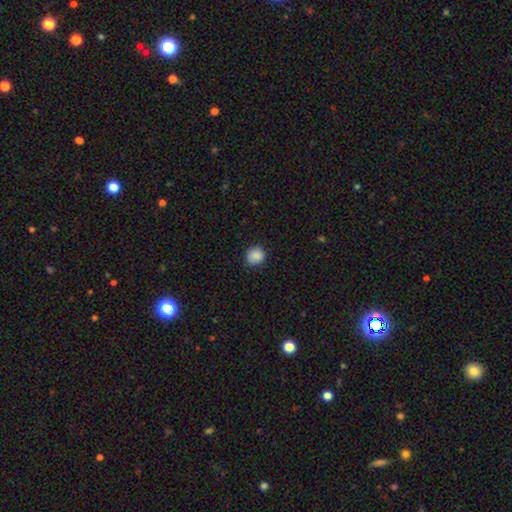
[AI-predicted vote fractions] Smooth or featured: smooth — 88% (star or artifact — 9%)
How rounded: round — 84% (in between — 15%)
Merging: none — 85% (minor disturbance — 11%)